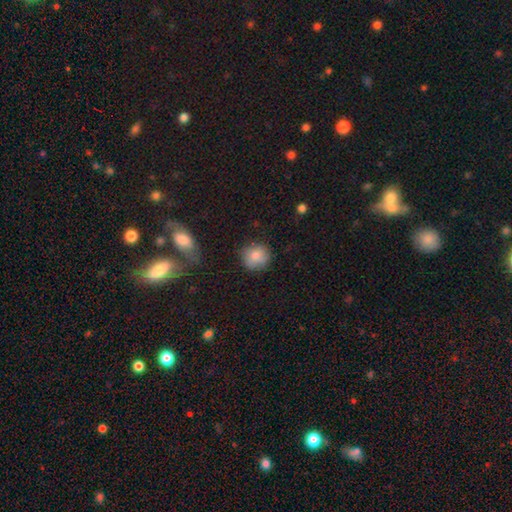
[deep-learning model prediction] Morphology: type=smooth (80%); roundness=round (88%); merging=none (81%).